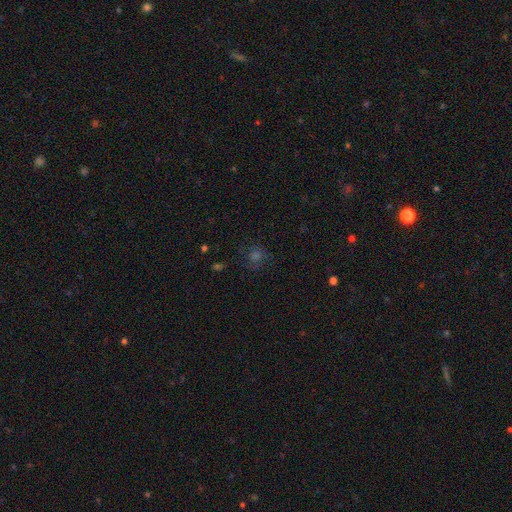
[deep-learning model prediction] Smooth or featured? smooth (46%)
Merging? none (80%)